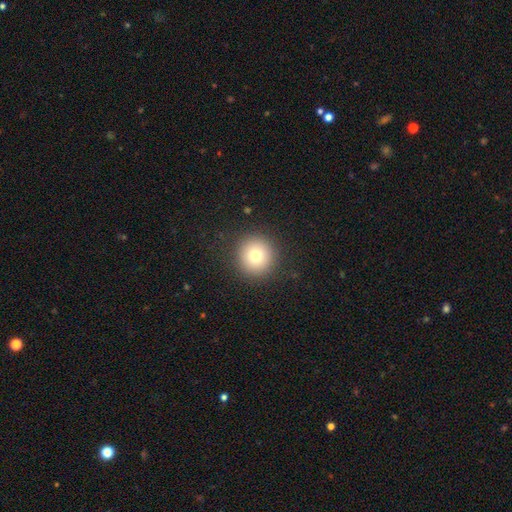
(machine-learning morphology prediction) Smooth or featured?
  - smooth: 76% *
  - star or artifact: 13%
  - featured or disk: 11%
How rounded?
  - round: 95% *
  - in between: 4%
  - cigar-shaped: 1%
Merging?
  - none: 91% *
  - minor disturbance: 6%
  - major disturbance: 3%
  - merger: 1%